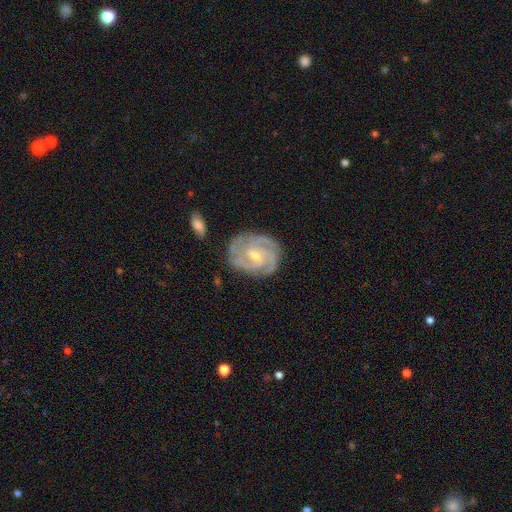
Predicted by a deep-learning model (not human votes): featured or disk 88%, smooth 7%, star or artifact 5%. Down the decision tree: edge-on disk — no (98%); bar — no (47%); spiral arms — yes (97%); spiral arm count — 3 (43%); spiral winding — tight (63%); bulge size — small (59%); merging — none (77%).